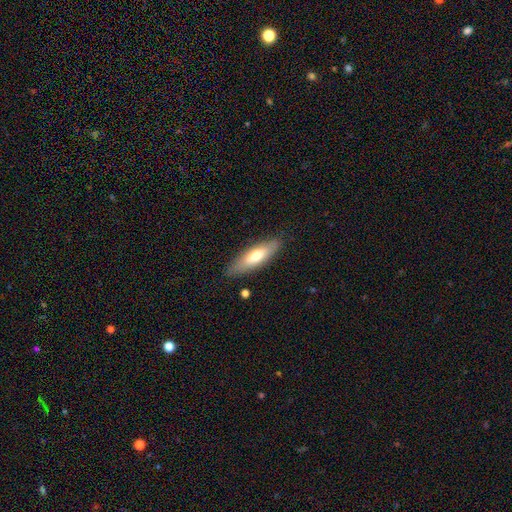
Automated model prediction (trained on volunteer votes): Smooth or featured?
  - smooth: 64% *
  - featured or disk: 31%
  - star or artifact: 6%
How rounded?
  - in between: 50% *
  - cigar-shaped: 49%
  - round: 2%
Merging?
  - none: 84% *
  - minor disturbance: 12%
  - major disturbance: 3%
  - merger: 1%